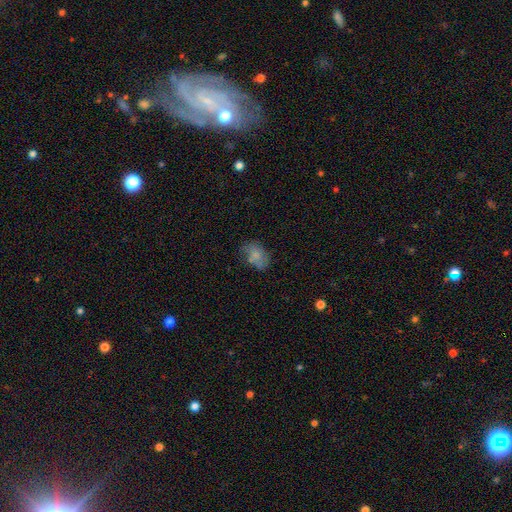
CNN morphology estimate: Q: Smooth or featured?
A: smooth (75%); runner-up: featured or disk (16%)
Q: How rounded?
A: in between (78%); runner-up: round (21%)
Q: Merging?
A: none (59%); runner-up: minor disturbance (25%)